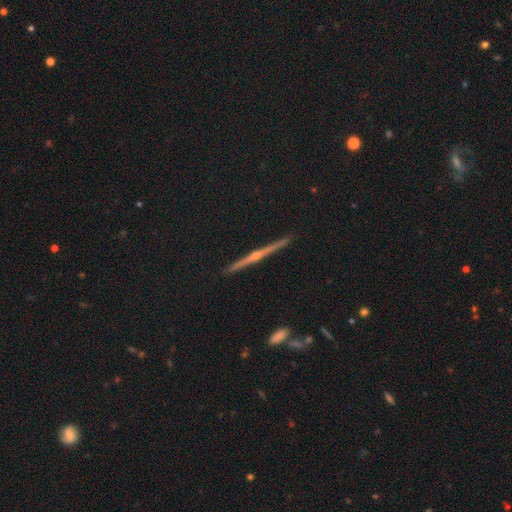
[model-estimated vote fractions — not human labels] The model was most divided on "smooth or featured": featured or disk: 82%, smooth: 10%, star or artifact: 8%. More confident: edge-on disk — yes (98%); merging — none (92%); edge-on bulge — rounded (84%).